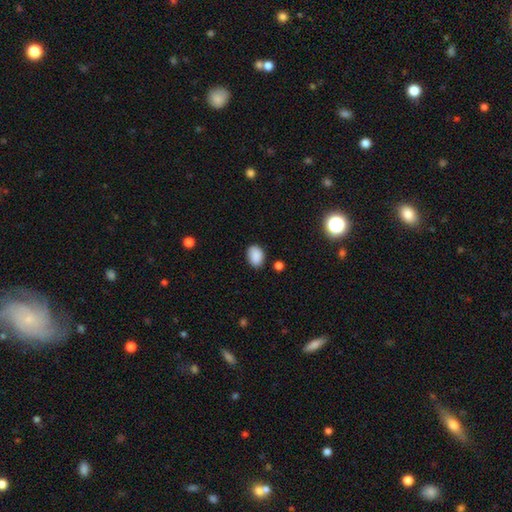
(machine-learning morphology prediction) Smooth or featured?
  - smooth: 88% *
  - star or artifact: 8%
  - featured or disk: 3%
How rounded?
  - in between: 78% *
  - round: 21%
  - cigar-shaped: 1%
Merging?
  - none: 81% *
  - minor disturbance: 14%
  - major disturbance: 3%
  - merger: 2%